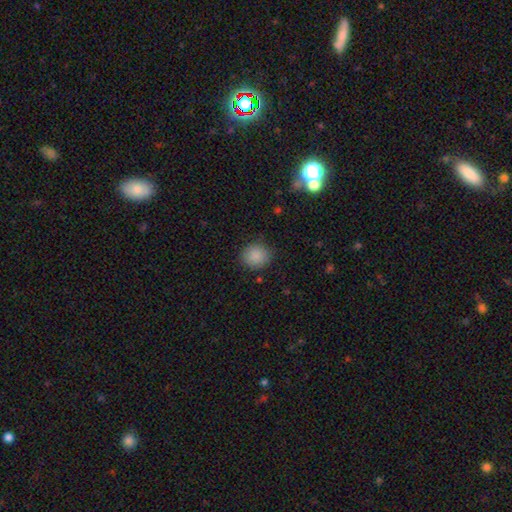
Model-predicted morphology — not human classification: Overall: smooth (87%). How rounded: round (83%). Merging: none (85%).